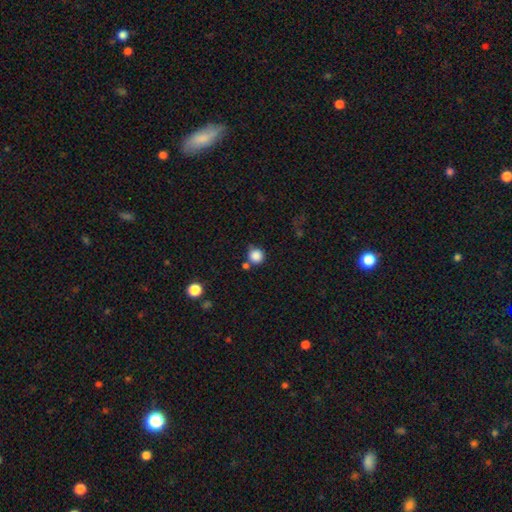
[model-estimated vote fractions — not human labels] The model was most divided on "merging": none: 68%, minor disturbance: 14%, merger: 13%, major disturbance: 4%. More confident: how rounded — round (92%); smooth or featured — smooth (86%).